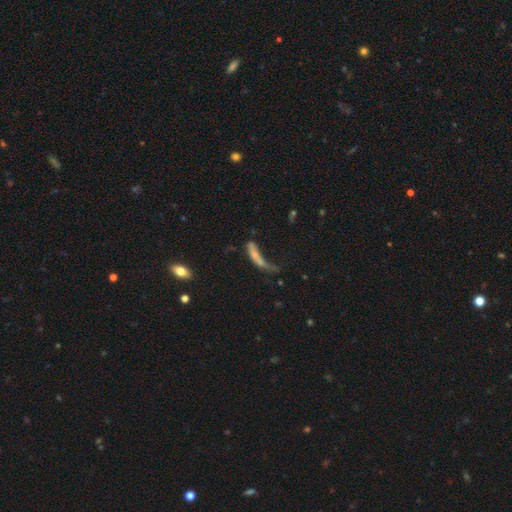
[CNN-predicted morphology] This is possibly a smooth galaxy (53%). How rounded: likely cigar-shaped (66%). Merging: marginally major disturbance (45%).